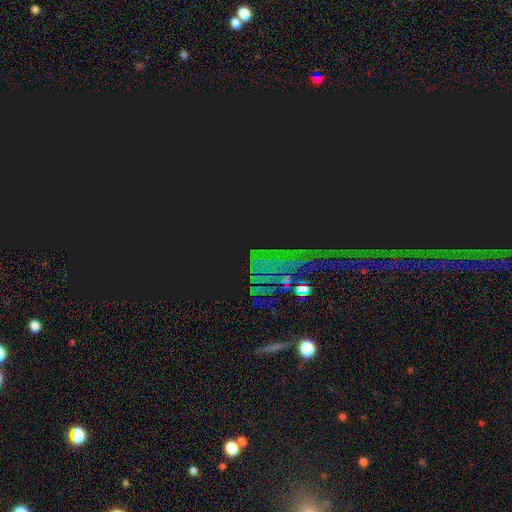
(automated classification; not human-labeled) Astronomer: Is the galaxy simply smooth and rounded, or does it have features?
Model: star or artifact — 80%.